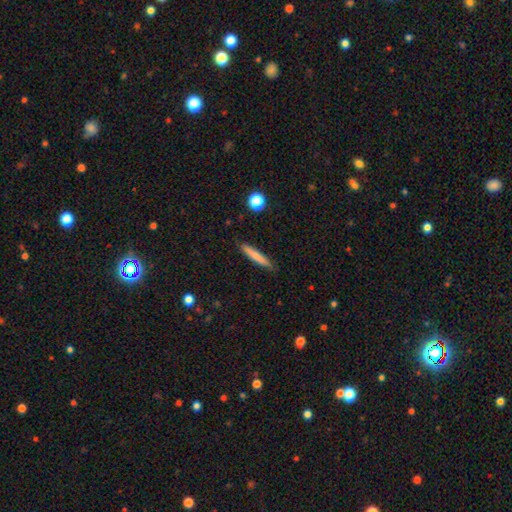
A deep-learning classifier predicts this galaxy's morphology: smooth_or_featured: smooth (p=0.74) [alt: featured or disk p=0.20]
how_rounded: cigar-shaped (p=0.94) [alt: in between p=0.05]
merging: none (p=0.87) [alt: minor disturbance p=0.10]